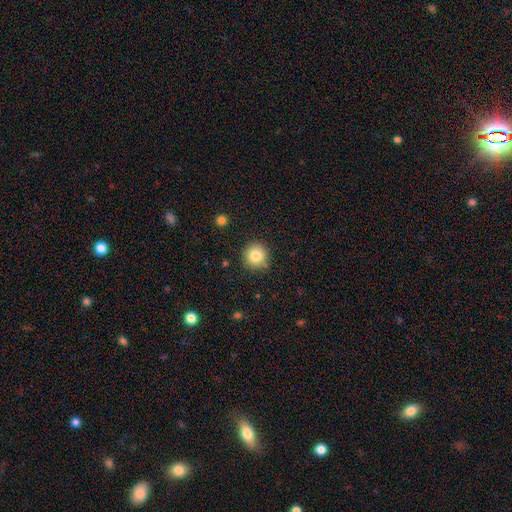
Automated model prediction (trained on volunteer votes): Overall: smooth (82%). How rounded: round (94%). Merging: none (88%).